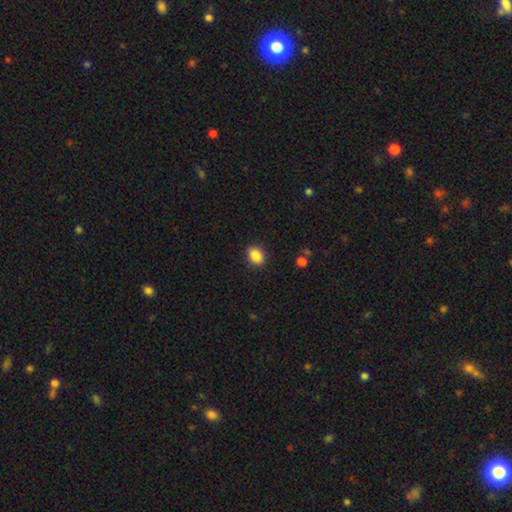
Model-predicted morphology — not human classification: type=smooth (87%); roundness=in between (57%); merging=none (90%).